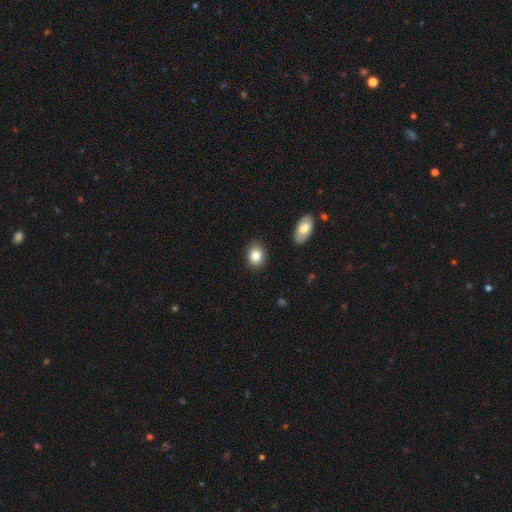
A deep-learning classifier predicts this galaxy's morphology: Q: Smooth or featured?
A: smooth (84%); runner-up: star or artifact (8%)
Q: How rounded?
A: in between (67%); runner-up: round (32%)
Q: Merging?
A: none (84%); runner-up: minor disturbance (11%)